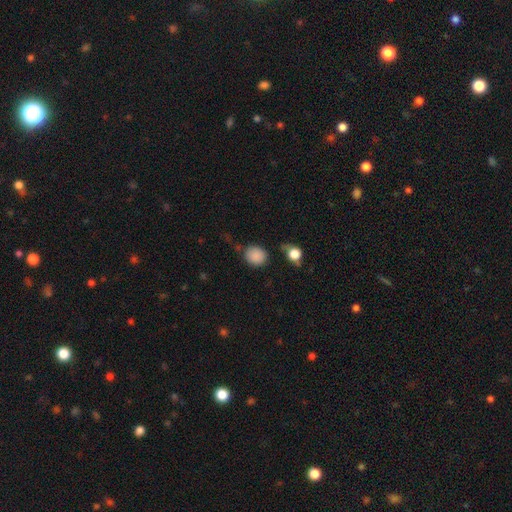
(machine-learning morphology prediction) Smooth or featured: smooth — 86% (star or artifact — 10%)
How rounded: round — 79% (in between — 20%)
Merging: none — 71% (minor disturbance — 16%)